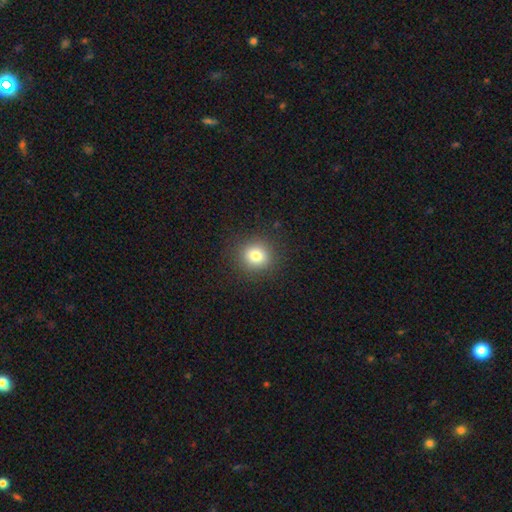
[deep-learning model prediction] Morphology: type=smooth (80%); roundness=round (88%); merging=none (90%).